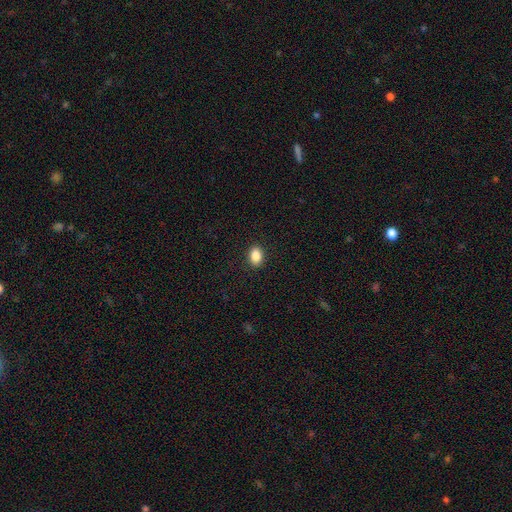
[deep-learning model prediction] A smooth galaxy with no disk features (88%) that is in between round and cigar-shaped (81%). Merging: none (90%).